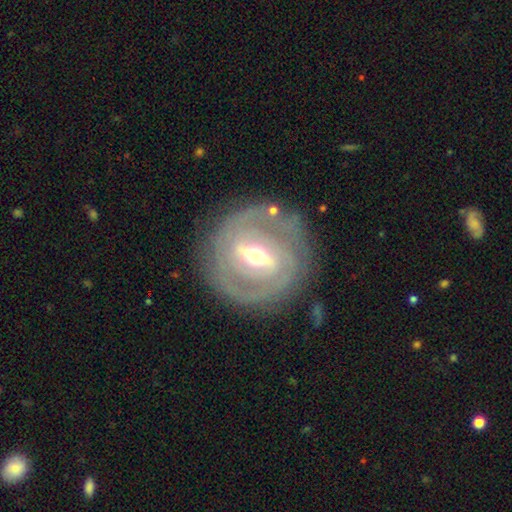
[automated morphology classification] This appears to be a featured or disk galaxy (84%) with a strong bar (55%), 2 (53%) tight (71%) spiral arms (86%) and a moderate central bulge (65%). Merging: none (80%).